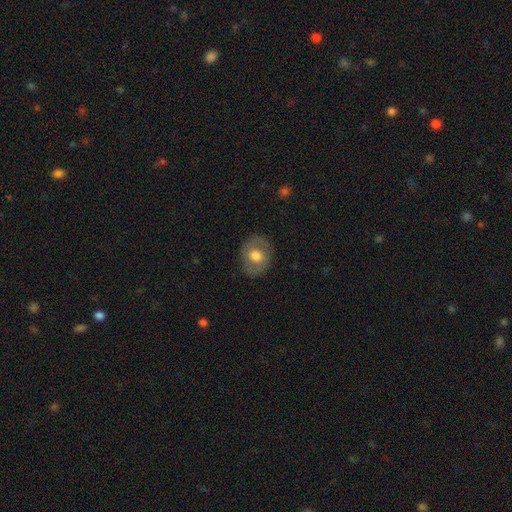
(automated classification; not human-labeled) Smooth or featured? smooth (58%)
How rounded? round (53%)
Merging? none (84%)